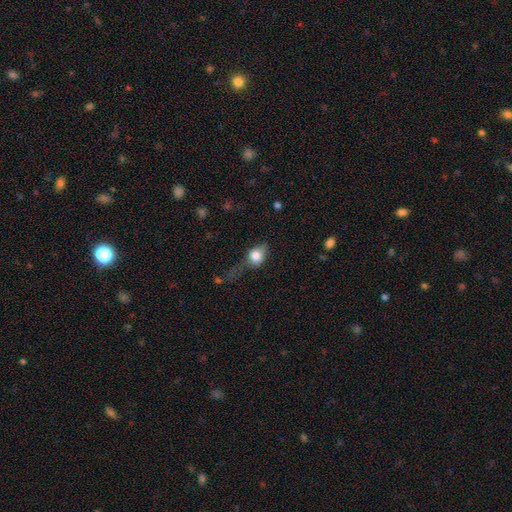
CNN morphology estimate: smooth_or_featured: smooth (p=0.71) [alt: featured or disk p=0.20]
how_rounded: in between (p=0.51) [alt: round p=0.45]
merging: major disturbance (p=0.36) [alt: none p=0.30]